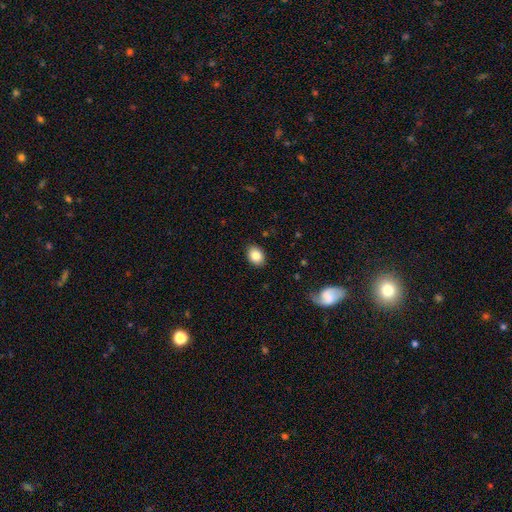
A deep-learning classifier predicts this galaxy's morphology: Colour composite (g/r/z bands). It shows a smooth galaxy with no disk features (84%) that is in between round and cigar-shaped (75%). Merging: none (89%).